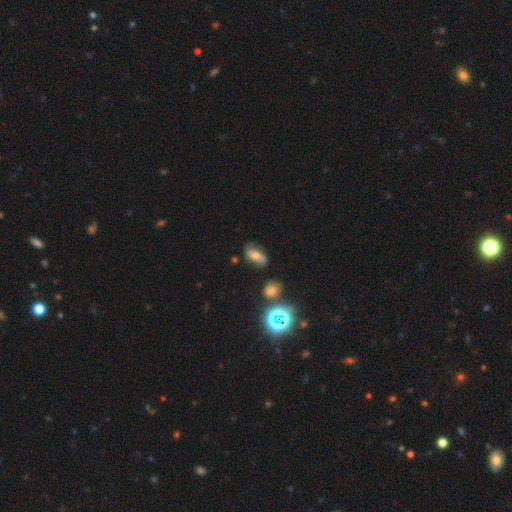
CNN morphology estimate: smooth-or-featured: smooth: 45% | featured or disk: 37% | star or artifact: 18%
  merging: none: 66% | minor disturbance: 22% | major disturbance: 7% | merger: 4%